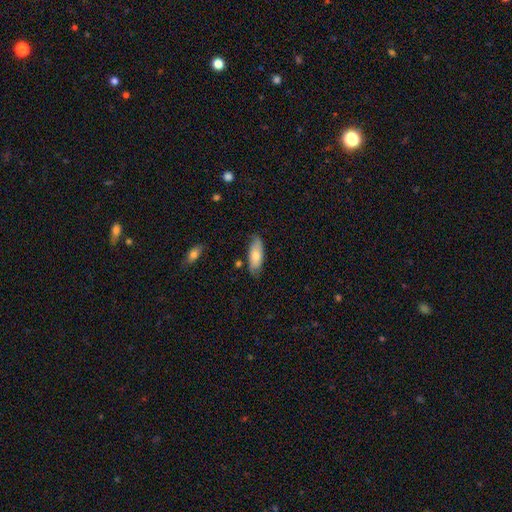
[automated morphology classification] smooth 72%, featured or disk 22%, star or artifact 6%. Down the decision tree: how rounded — in between (74%); merging — none (77%).